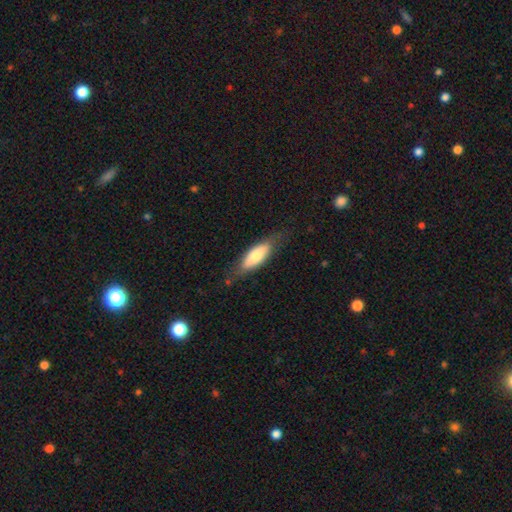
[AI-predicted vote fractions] Smooth or featured? Predicted: smooth (p=0.68). How rounded? Predicted: in between (p=0.62). Merging? Predicted: none (p=0.72).